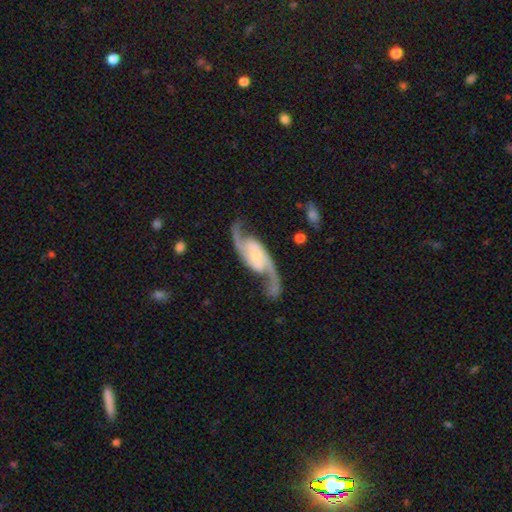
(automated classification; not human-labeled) featured or disk 93%, star or artifact 4%, smooth 3%. Down the decision tree: edge-on disk — no (96%); bar — weak (39%, tied with no); spiral arms — yes (98%); spiral arm count — 2 (94%); spiral winding — loose (48%); bulge size — small (51%); merging — none (79%).